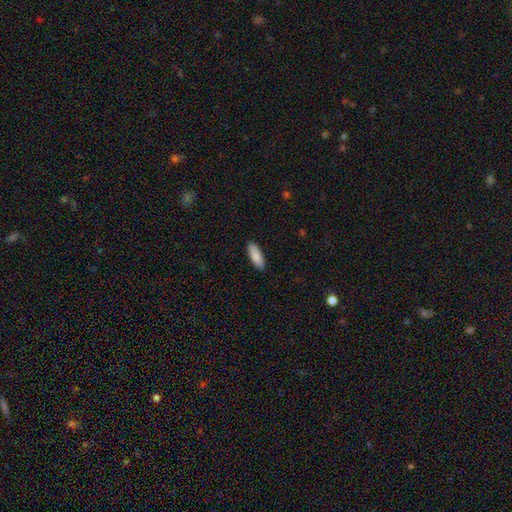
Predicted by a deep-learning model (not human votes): A smooth galaxy with no disk features (88%) that is in between round and cigar-shaped (57%).

Vote fractions:
- Smooth or featured? smooth: 88% / featured or disk: 7% / star or artifact: 6%
- How rounded? in between: 57% / cigar-shaped: 42% / round: 2%
- Merging? none: 90% / minor disturbance: 8% / major disturbance: 2% / merger: 1%